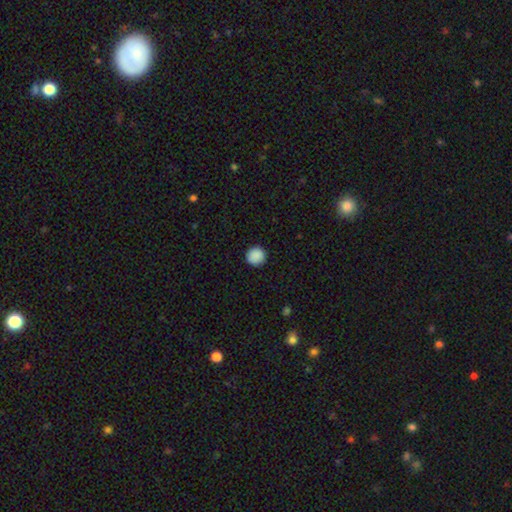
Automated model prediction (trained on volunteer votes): Smooth or featured: smooth — 90% (star or artifact — 8%)
How rounded: round — 96% (in between — 3%)
Merging: none — 92% (minor disturbance — 6%)